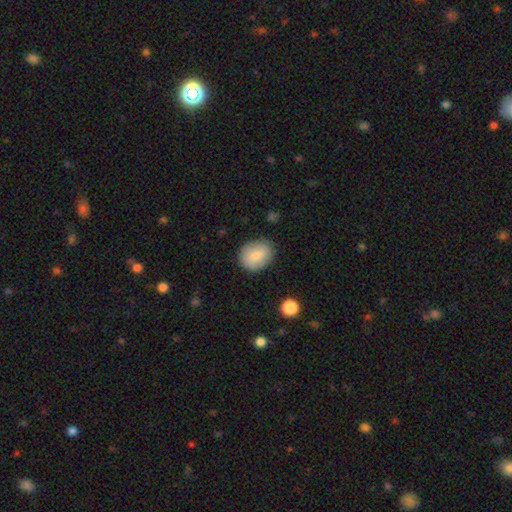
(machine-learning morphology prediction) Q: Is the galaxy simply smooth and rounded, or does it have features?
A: smooth — 84%.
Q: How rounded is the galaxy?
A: in between — 52%.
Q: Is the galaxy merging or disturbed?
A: none — 82%.